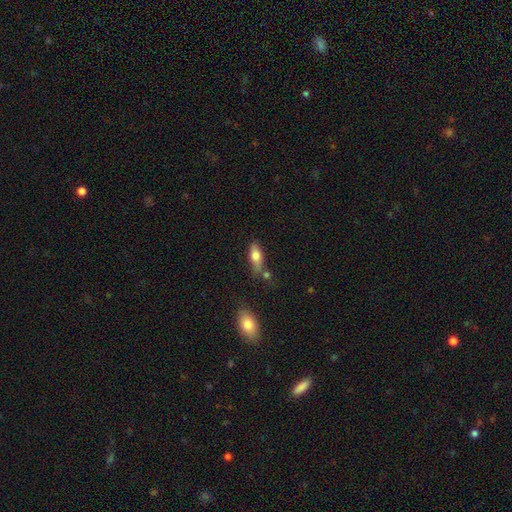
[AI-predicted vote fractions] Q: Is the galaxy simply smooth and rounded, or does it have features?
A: smooth — 68%.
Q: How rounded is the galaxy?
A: in between — 67%.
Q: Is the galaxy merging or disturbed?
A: none — 61%.